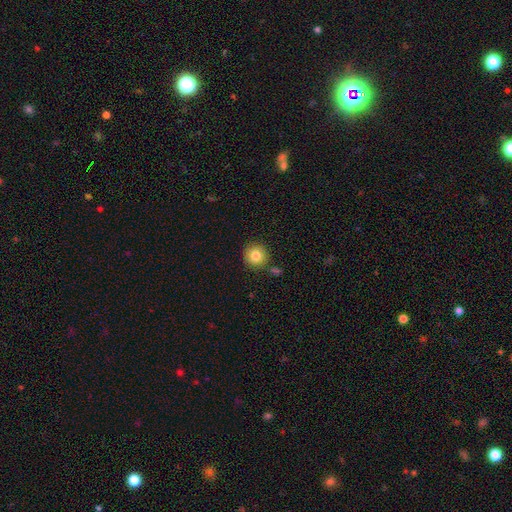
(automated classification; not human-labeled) smooth_or_featured: smooth (p=0.82) [alt: star or artifact p=0.10]
how_rounded: round (p=0.94) [alt: in between p=0.05]
merging: none (p=0.84) [alt: minor disturbance p=0.08]